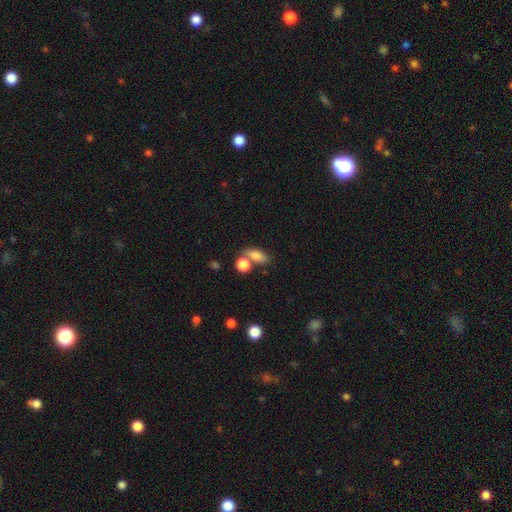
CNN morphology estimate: Overall: smooth (81%). How rounded: in between (76%). Merging: none (50%; merger 31%).